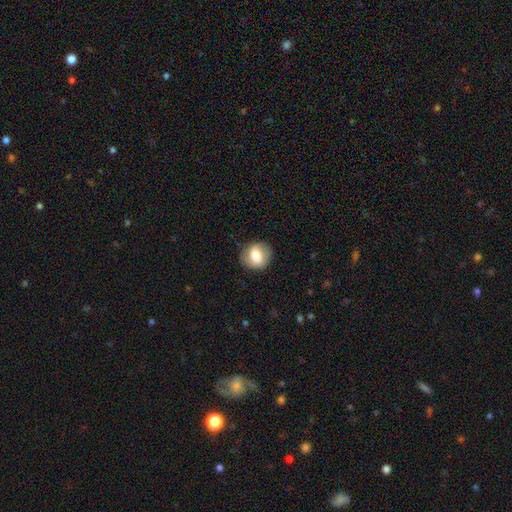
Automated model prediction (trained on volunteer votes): A smooth galaxy with no disk features (68%) that is round (72%). Merging: none (83%).